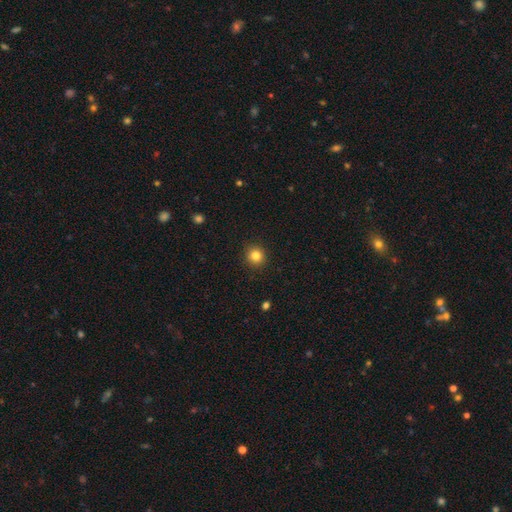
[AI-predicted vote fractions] Smooth or featured? smooth (83%)
How rounded? round (93%)
Merging? none (92%)